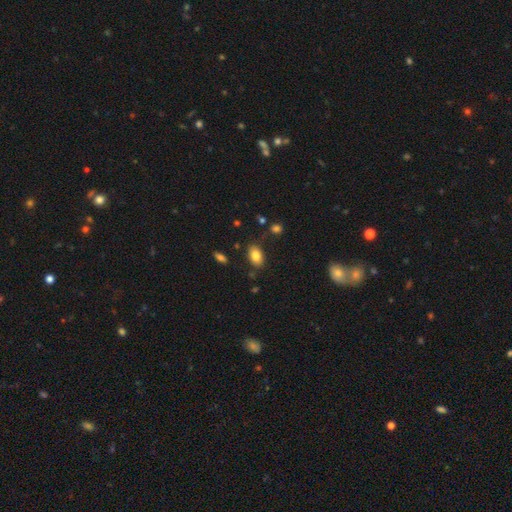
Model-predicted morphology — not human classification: smooth-or-featured: smooth: 82% | star or artifact: 9% | featured or disk: 9%
  how-rounded: in between: 88% | round: 10% | cigar-shaped: 2%
  merging: none: 79% | minor disturbance: 14% | merger: 3% | major disturbance: 3%